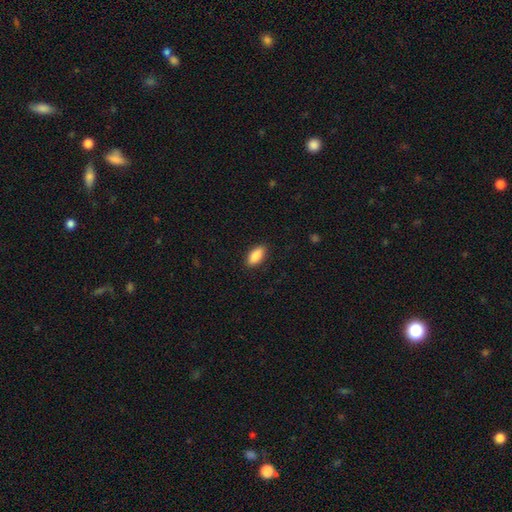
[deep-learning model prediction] Smooth or featured? Predicted: smooth (p=0.88). How rounded? Predicted: in between (p=0.88). Merging? Predicted: none (p=0.89).